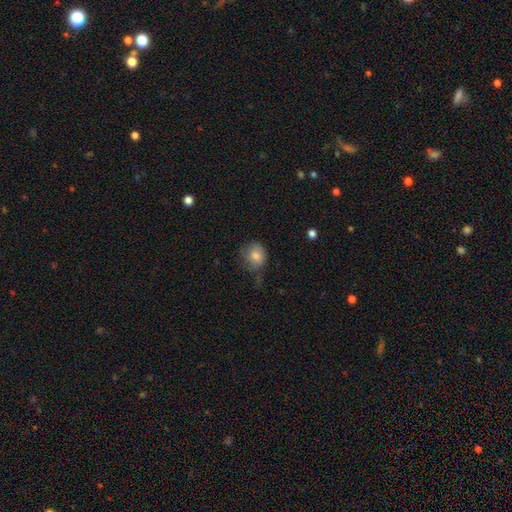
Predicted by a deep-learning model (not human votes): This is likely a smooth galaxy (76%). How rounded: likely round (75%). Merging: possibly none (52%).